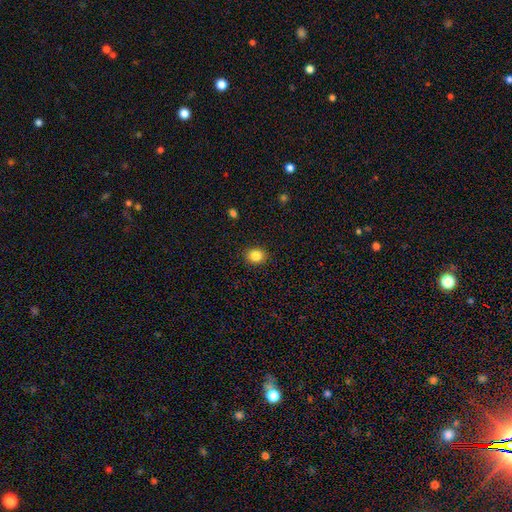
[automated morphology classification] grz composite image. It shows a smooth galaxy with no disk features (84%) that is round (65%). Merging: none (91%).